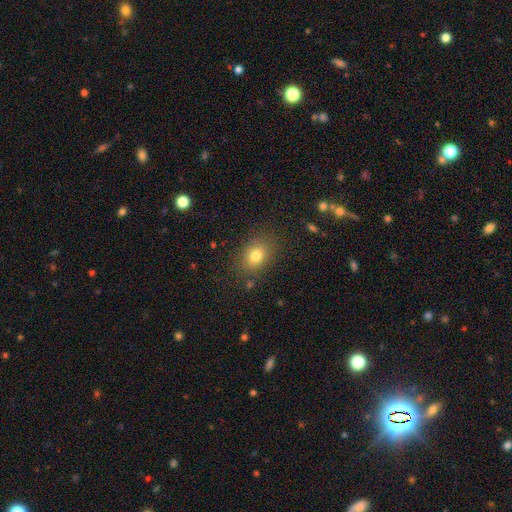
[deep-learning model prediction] Smooth or featured? Predicted: smooth (p=0.79). How rounded? Predicted: in between (p=0.64). Merging? Predicted: none (p=0.83).